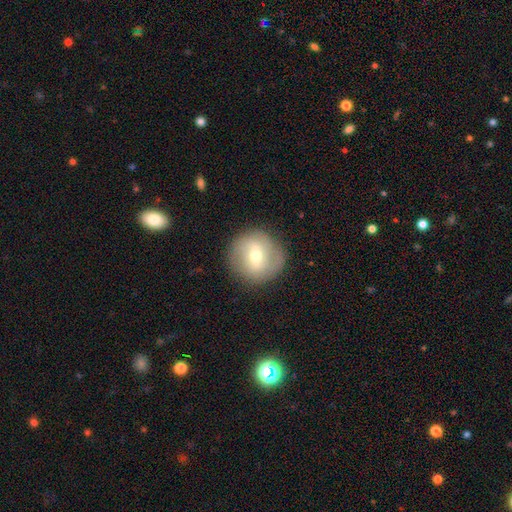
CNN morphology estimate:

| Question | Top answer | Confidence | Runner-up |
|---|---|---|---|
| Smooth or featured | featured or disk | 50% | smooth (42%) |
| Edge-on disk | no | 95% | yes (5%) |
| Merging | none | 85% | minor disturbance (10%) |